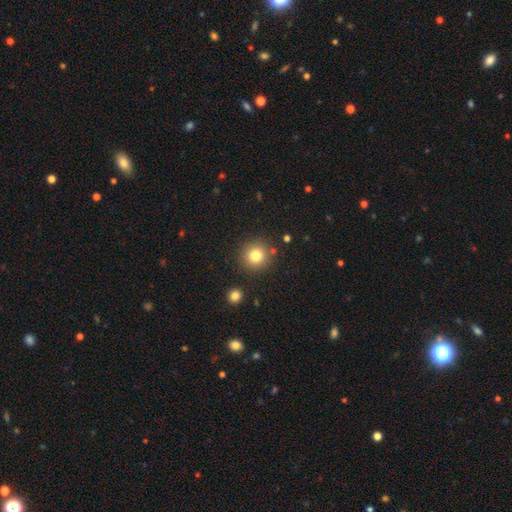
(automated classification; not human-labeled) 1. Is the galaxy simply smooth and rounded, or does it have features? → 80% smooth, 12% star or artifact, 8% featured or disk.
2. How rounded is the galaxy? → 93% round, 6% in between, 1% cigar-shaped.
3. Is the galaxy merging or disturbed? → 87% none, 7% minor disturbance, 4% merger, 3% major disturbance.